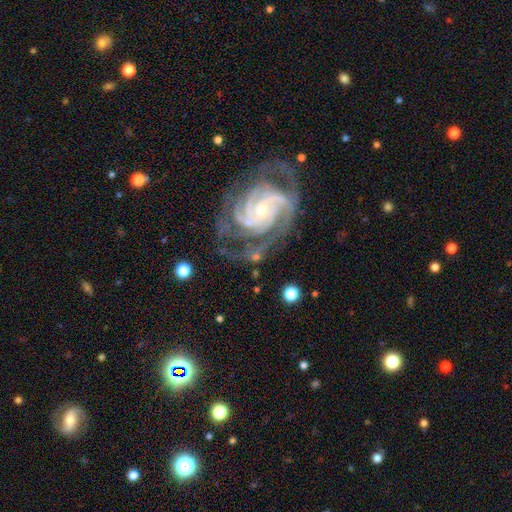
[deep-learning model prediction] This is clearly a featured or disk galaxy (90%). It is clearly not viewed edge-on (98%). Bar: possibly no (58%). Spiral arm pattern: clearly yes (98%). Spiral arm count: marginally 3 (31%). Spiral winding: likely tight (61%). Central bulge: likely small (67%). Merging: likely none (62%).